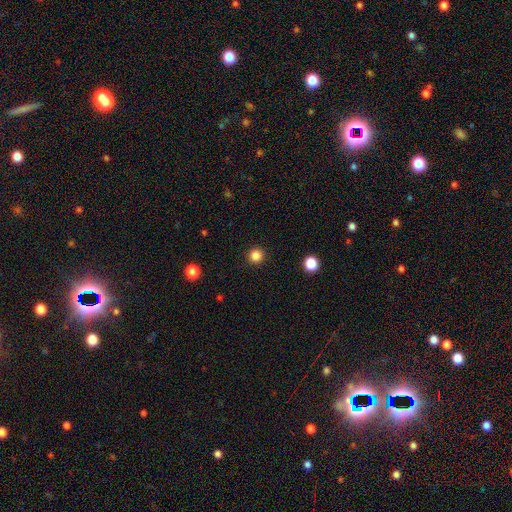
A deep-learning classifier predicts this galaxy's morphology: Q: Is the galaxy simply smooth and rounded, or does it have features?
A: smooth — 84%.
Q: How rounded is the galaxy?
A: round — 95%.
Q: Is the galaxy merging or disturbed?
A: none — 92%.